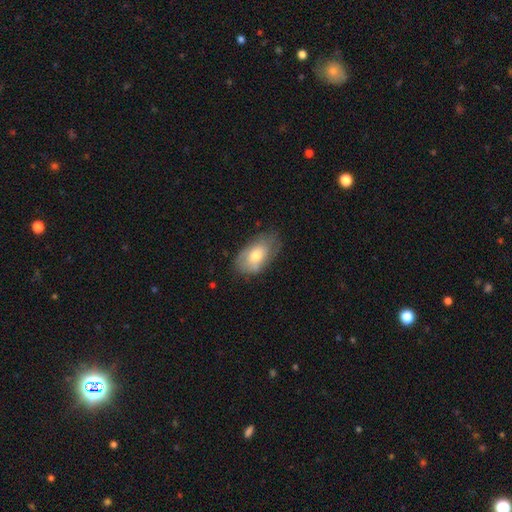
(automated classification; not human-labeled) smooth-or-featured: smooth: 66% | featured or disk: 27% | star or artifact: 7%
  how-rounded: in between: 92% | round: 6% | cigar-shaped: 2%
  merging: none: 61% | minor disturbance: 29% | major disturbance: 8% | merger: 2%